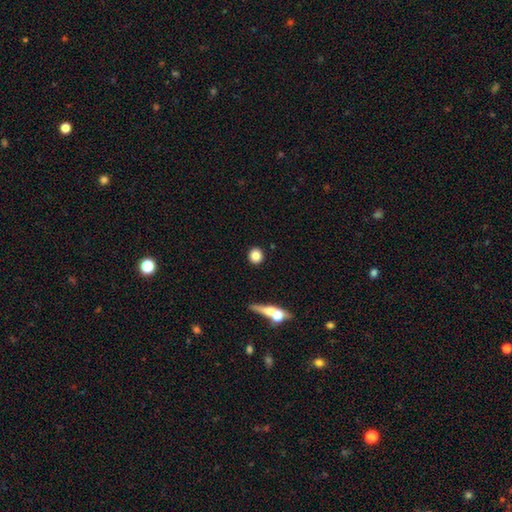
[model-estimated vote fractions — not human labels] Smooth or featured? smooth (83%)
How rounded? round (89%)
Merging? none (90%)